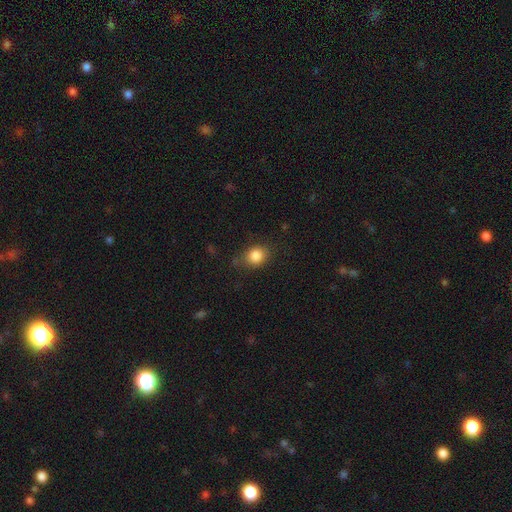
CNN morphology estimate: Smooth or featured?
  - smooth: 84% *
  - star or artifact: 10%
  - featured or disk: 6%
How rounded?
  - round: 55% *
  - in between: 44%
  - cigar-shaped: 1%
Merging?
  - none: 76% *
  - minor disturbance: 18%
  - major disturbance: 5%
  - merger: 2%